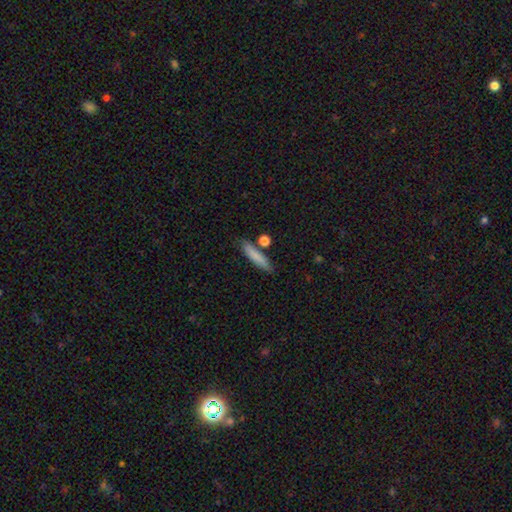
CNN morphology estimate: Overall: smooth (81%). How rounded: cigar-shaped (82%). Merging: none (79%).